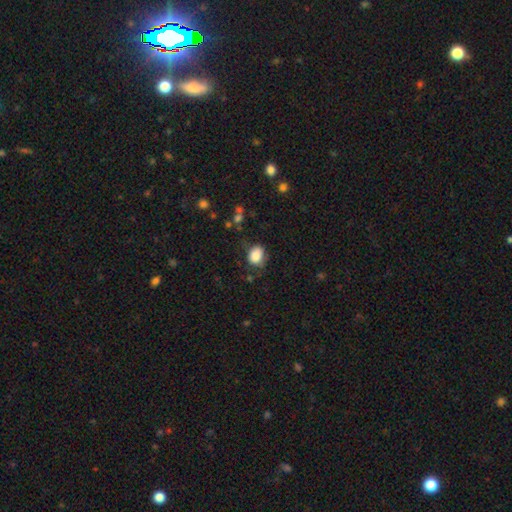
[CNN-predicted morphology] This appears to be a smooth galaxy with no disk features (86%) that is in between round and cigar-shaped (54%). Merging: none (62%).